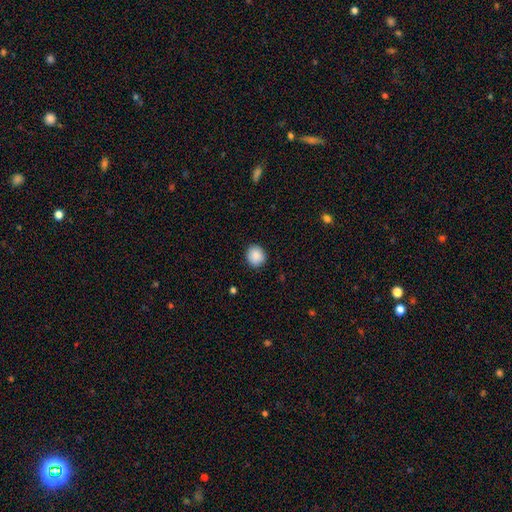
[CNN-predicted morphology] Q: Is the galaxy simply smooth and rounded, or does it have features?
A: smooth — 89%.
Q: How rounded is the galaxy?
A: round — 82%.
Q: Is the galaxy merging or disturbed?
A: none — 90%.